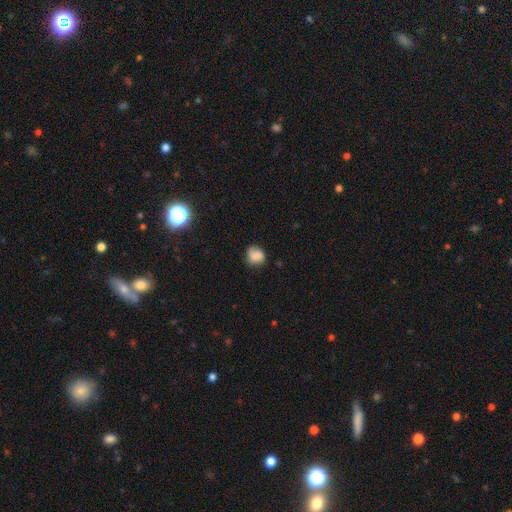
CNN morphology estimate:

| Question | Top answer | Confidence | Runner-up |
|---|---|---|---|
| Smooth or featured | smooth | 81% | star or artifact (10%) |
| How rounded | round | 73% | in between (26%) |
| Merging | none | 67% | minor disturbance (25%) |